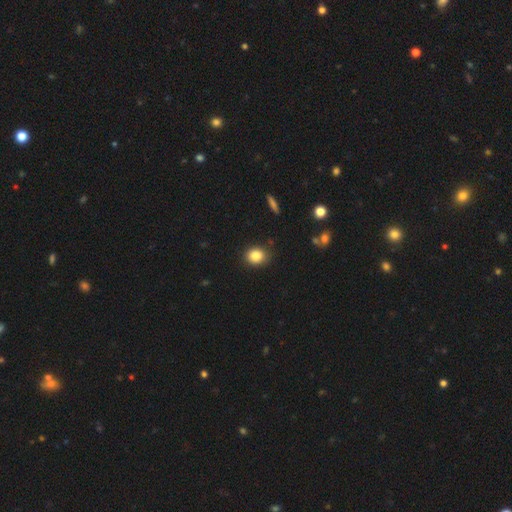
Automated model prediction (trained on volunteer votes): Smooth or featured? smooth (85%)
How rounded? round (65%)
Merging? none (86%)